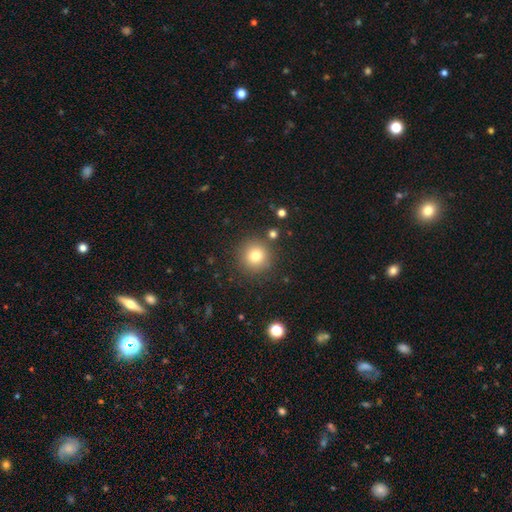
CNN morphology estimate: Smooth or featured? Predicted: smooth (p=0.77). How rounded? Predicted: round (p=0.94). Merging? Predicted: none (p=0.86).